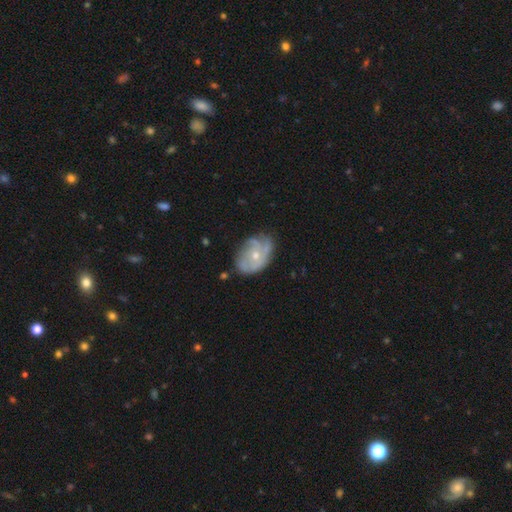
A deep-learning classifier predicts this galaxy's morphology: featured or disk 74%, smooth 20%, star or artifact 6%. Down the decision tree: edge-on disk — no (96%); bar — no (79%); spiral arms — yes (84%); spiral arm count — can't tell (39%); spiral winding — tight (51%); bulge size — small (49%); merging — none (61%).